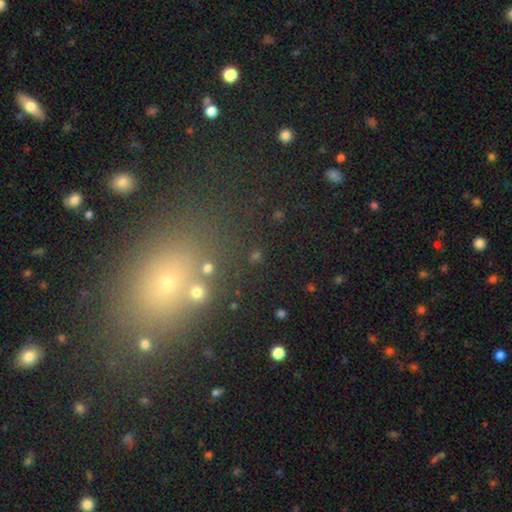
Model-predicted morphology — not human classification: Overall: smooth (50%; star or artifact 37%). How rounded: round (66%; in between 30%). Merging: none (77%).